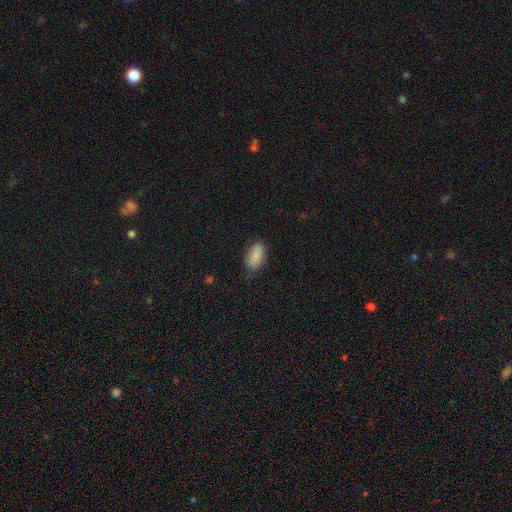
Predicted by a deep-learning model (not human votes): smooth_or_featured: smooth (p=0.86) [alt: star or artifact p=0.07]
how_rounded: in between (p=0.92) [alt: round p=0.05]
merging: none (p=0.73) [alt: minor disturbance p=0.22]